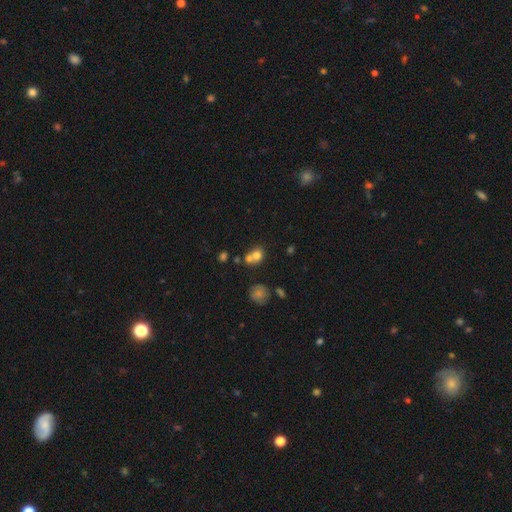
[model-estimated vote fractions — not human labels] The model was most divided on "merging": merger: 51%, none: 37%, minor disturbance: 8%, major disturbance: 4%. More confident: smooth or featured — smooth (73%); how rounded — round (69%).